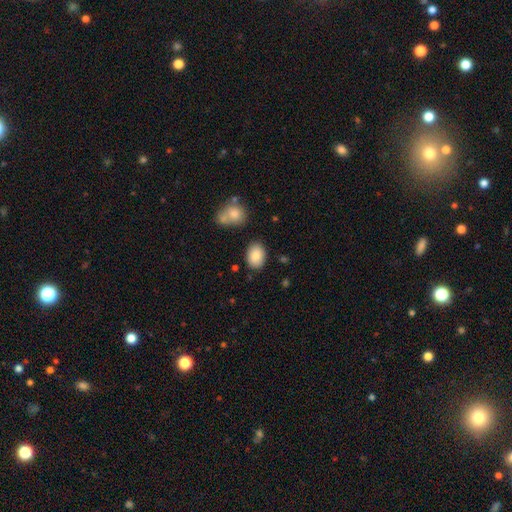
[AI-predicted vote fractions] smooth 85%, star or artifact 8%, featured or disk 7%. Down the decision tree: how rounded — in between (78%); merging — none (82%).